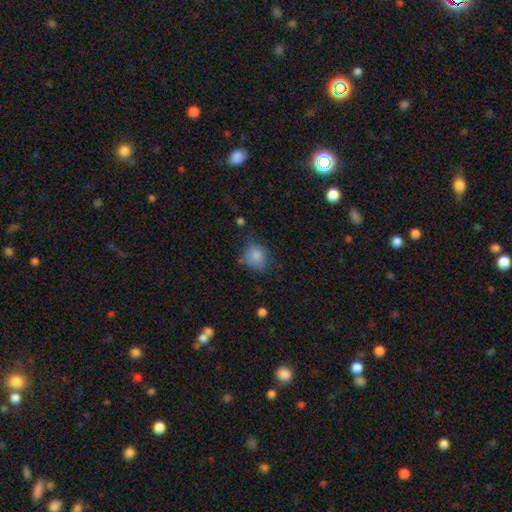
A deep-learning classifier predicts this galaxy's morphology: Smooth or featured? Predicted: smooth (p=0.82). How rounded? Predicted: round (p=0.65). Merging? Predicted: none (p=0.54).